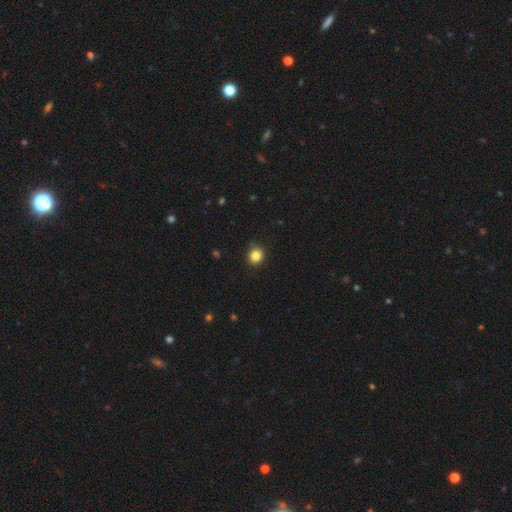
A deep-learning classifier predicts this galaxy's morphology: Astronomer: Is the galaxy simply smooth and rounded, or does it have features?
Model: smooth — 84%.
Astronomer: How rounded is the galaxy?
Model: round — 85%.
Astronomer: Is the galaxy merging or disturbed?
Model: none — 86%.